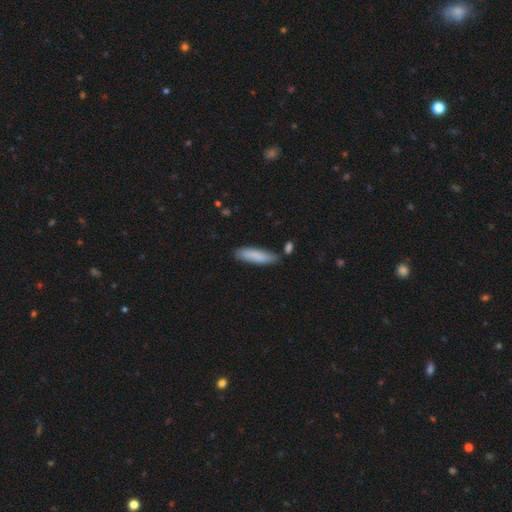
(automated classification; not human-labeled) Smooth or featured: smooth — 84% (featured or disk — 10%)
How rounded: cigar-shaped — 67% (in between — 31%)
Merging: none — 78% (minor disturbance — 14%)